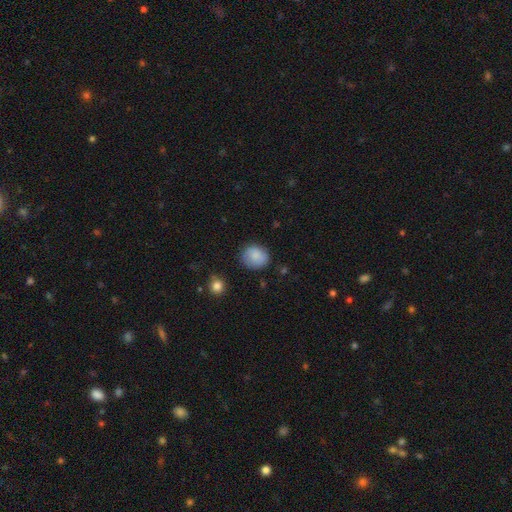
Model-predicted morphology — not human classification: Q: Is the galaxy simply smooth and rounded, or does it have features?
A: smooth — 84%.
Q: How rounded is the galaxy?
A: round — 73%.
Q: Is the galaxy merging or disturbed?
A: none — 79%.